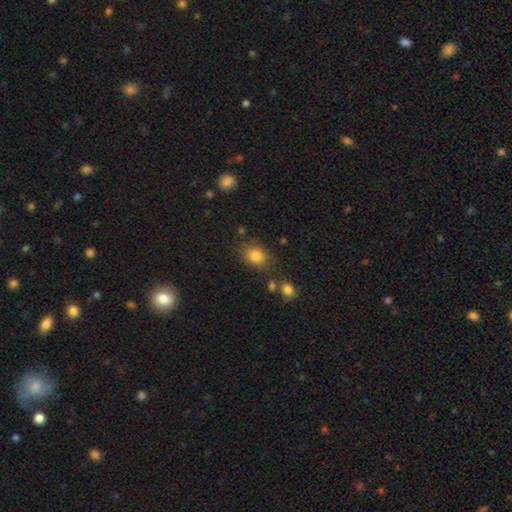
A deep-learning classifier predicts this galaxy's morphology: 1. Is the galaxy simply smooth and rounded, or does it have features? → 82% smooth, 11% star or artifact, 6% featured or disk.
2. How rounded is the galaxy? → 50% in between, 49% round, 1% cigar-shaped.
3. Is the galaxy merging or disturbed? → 77% none, 14% minor disturbance, 5% merger, 4% major disturbance.